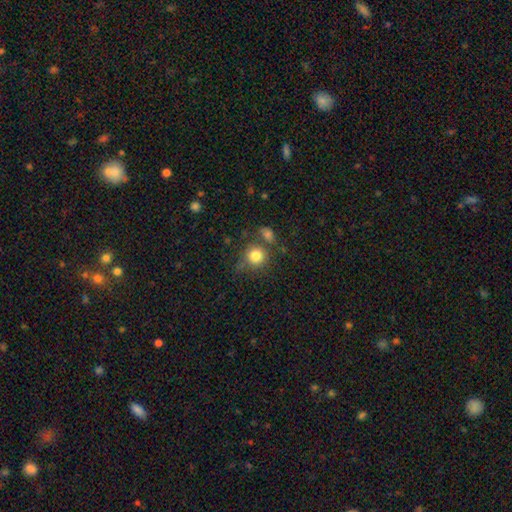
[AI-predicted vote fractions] Overall: smooth (82%). How rounded: round (90%). Merging: none (67%).